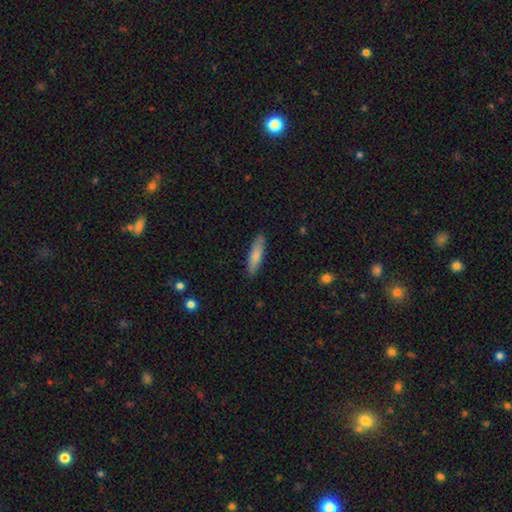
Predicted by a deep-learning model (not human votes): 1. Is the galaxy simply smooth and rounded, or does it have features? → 80% smooth, 15% featured or disk, 5% star or artifact.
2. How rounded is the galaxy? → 71% cigar-shaped, 28% in between, 1% round.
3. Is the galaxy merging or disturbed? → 86% none, 11% minor disturbance, 2% major disturbance, 1% merger.